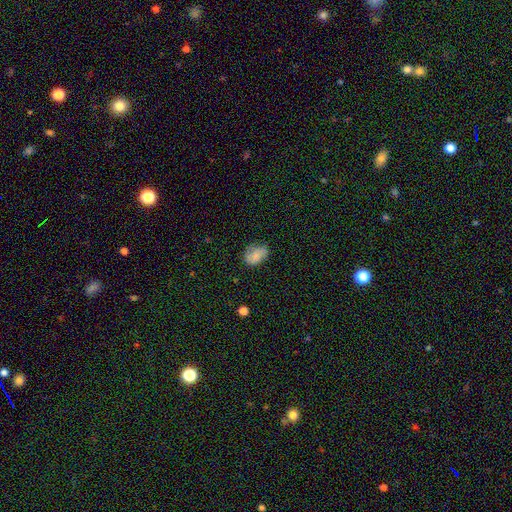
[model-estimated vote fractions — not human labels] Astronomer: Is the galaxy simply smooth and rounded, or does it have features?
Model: smooth — 74%.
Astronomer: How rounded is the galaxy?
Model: in between — 71%.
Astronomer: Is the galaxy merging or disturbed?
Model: none — 58%.